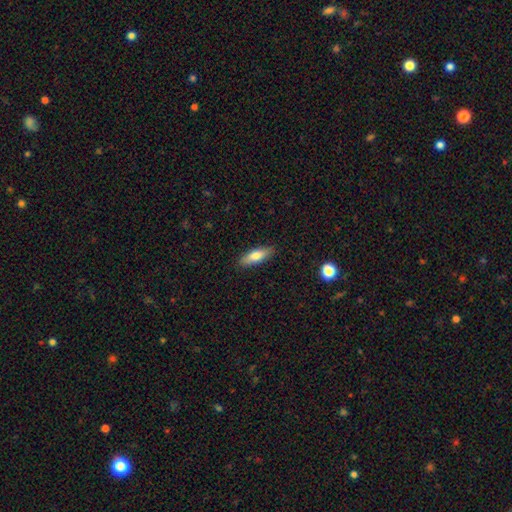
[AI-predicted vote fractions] Smooth or featured? smooth (76%)
How rounded? in between (54%)
Merging? none (88%)